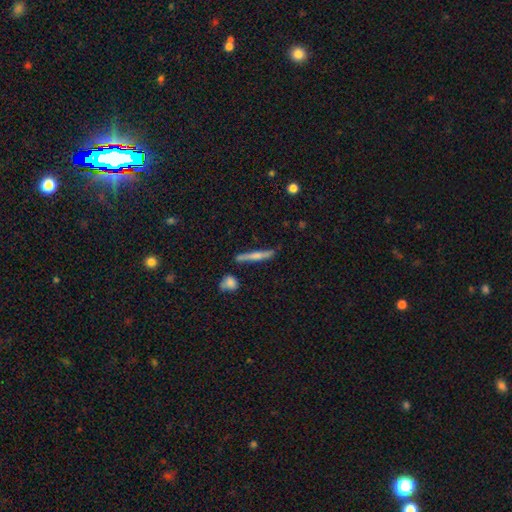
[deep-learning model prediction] Smooth or featured?
  - smooth: 53% *
  - featured or disk: 41%
  - star or artifact: 6%
How rounded?
  - cigar-shaped: 92% *
  - in between: 5%
  - round: 2%
Merging?
  - none: 78% *
  - minor disturbance: 13%
  - merger: 5%
  - major disturbance: 3%